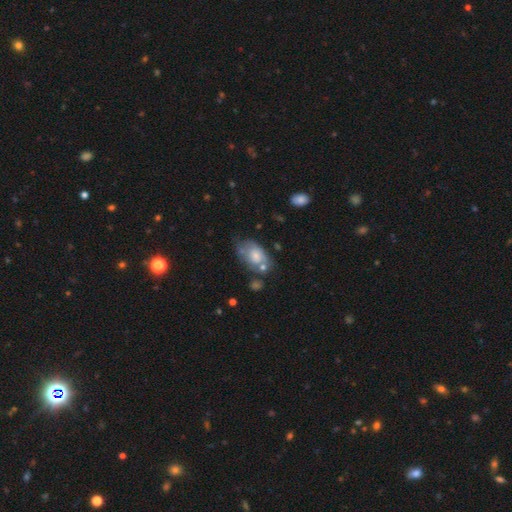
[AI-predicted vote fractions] Morphology: type=smooth (62%); roundness=in between (89%); merging=none (40%).